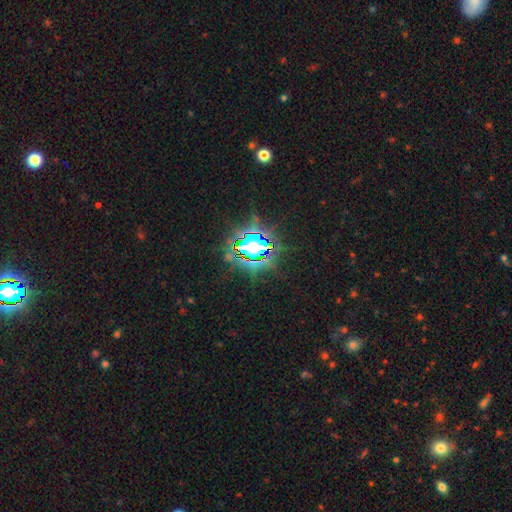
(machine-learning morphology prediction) A star or artifact, not a galaxy (79%).